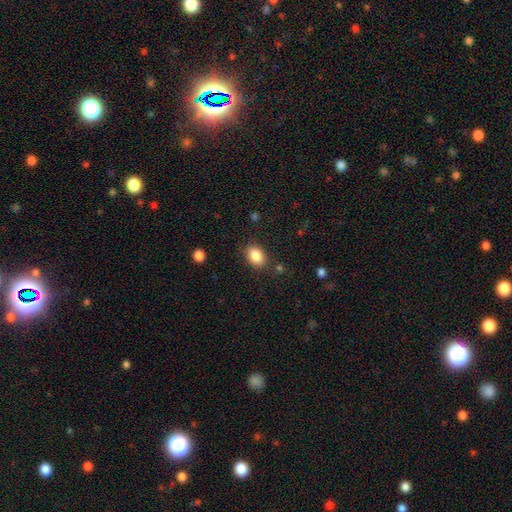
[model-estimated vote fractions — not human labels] Smooth or featured: smooth — 87% (star or artifact — 8%)
How rounded: in between — 78% (round — 21%)
Merging: none — 85% (minor disturbance — 10%)